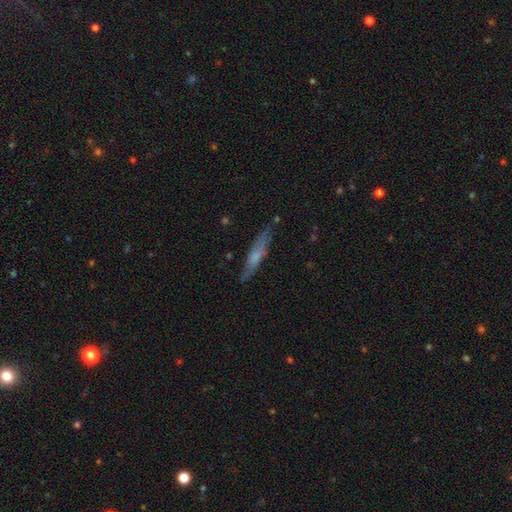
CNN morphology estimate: smooth-or-featured: smooth: 52% | featured or disk: 41% | star or artifact: 7%
  how-rounded: cigar-shaped: 88% | in between: 11% | round: 2%
  merging: none: 78% | minor disturbance: 17% | major disturbance: 4% | merger: 2%